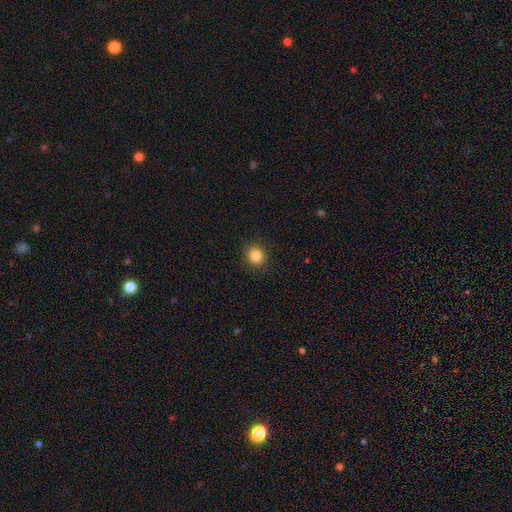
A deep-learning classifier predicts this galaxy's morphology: This appears to be a smooth galaxy with no disk features (85%) that is round (86%). Merging: none (90%).